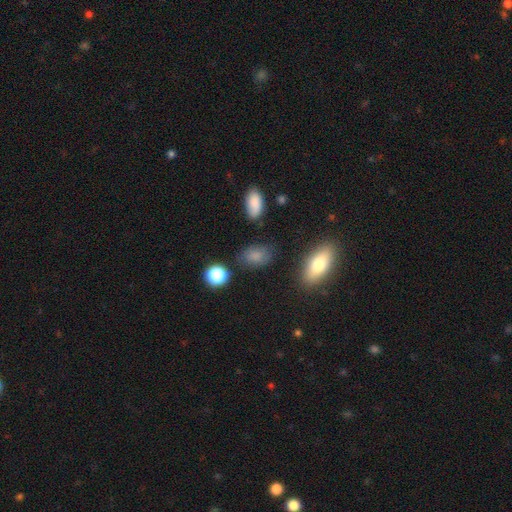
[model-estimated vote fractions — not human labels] This appears to be a smooth galaxy with no disk features (81%) that is in between round and cigar-shaped (83%). Merging: none (75%).